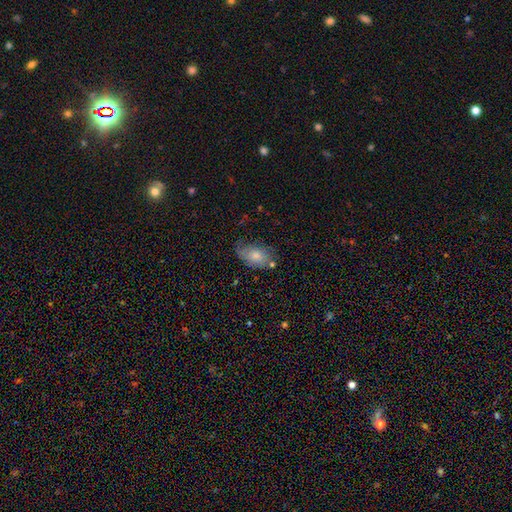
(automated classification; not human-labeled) Smooth or featured? smooth (70%)
How rounded? in between (90%)
Merging? none (56%)